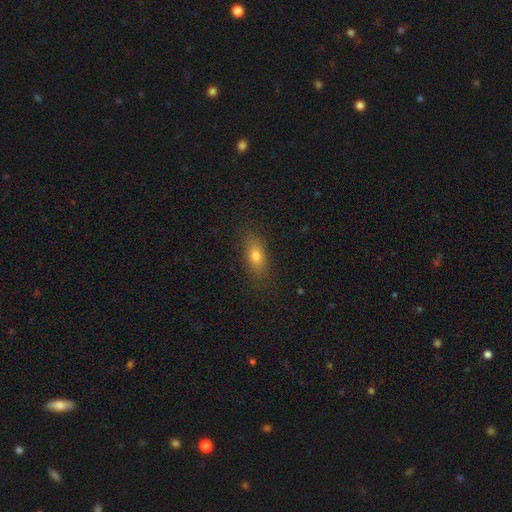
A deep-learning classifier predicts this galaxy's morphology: smooth_or_featured: smooth (p=0.75) [alt: featured or disk p=0.14]
how_rounded: in between (p=0.76) [alt: cigar-shaped p=0.16]
merging: none (p=0.83) [alt: minor disturbance p=0.12]